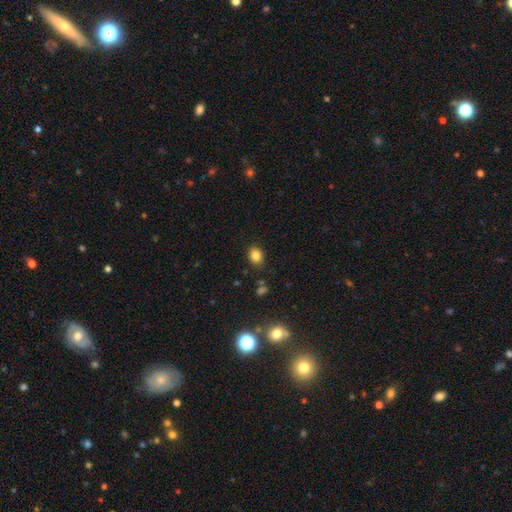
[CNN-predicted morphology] type=smooth (82%); roundness=in between (52%); merging=none (86%).